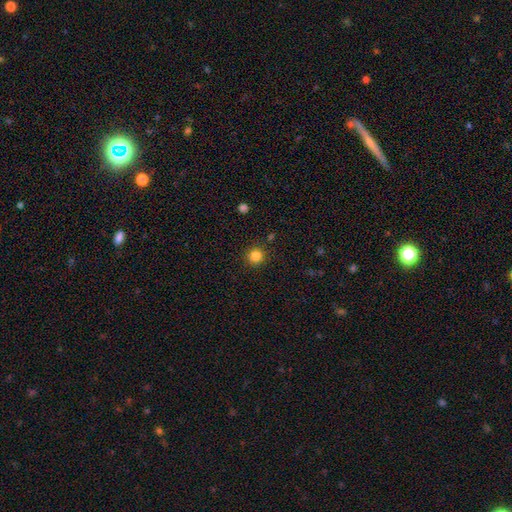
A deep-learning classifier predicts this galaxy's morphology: smooth 84%, star or artifact 12%, featured or disk 4%. Down the decision tree: how rounded — round (94%); merging — none (90%).